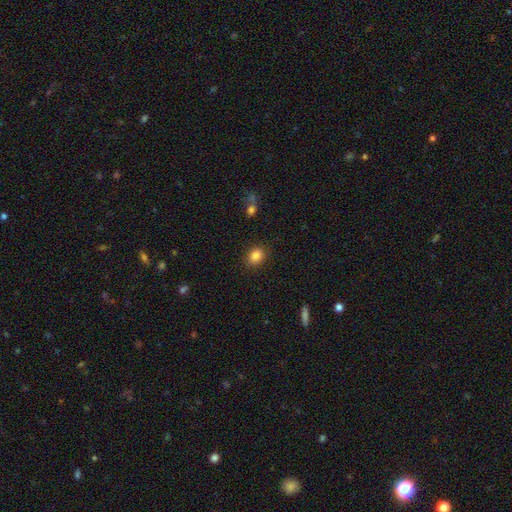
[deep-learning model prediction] A smooth galaxy with no disk features (85%) that is in between round and cigar-shaped (55%). Merging: none (87%).